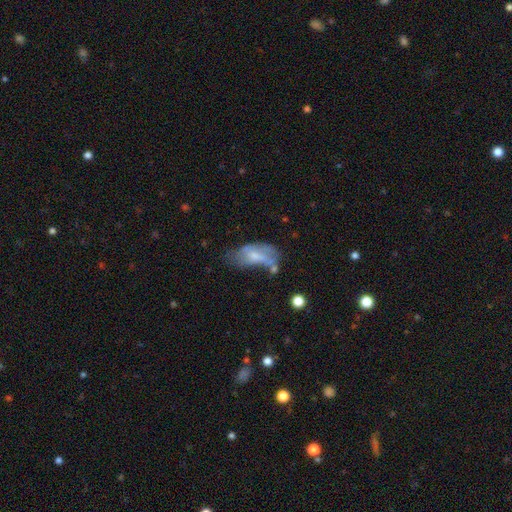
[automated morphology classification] A featured or disk galaxy (45%, tied with smooth). Merging: major disturbance (31%).